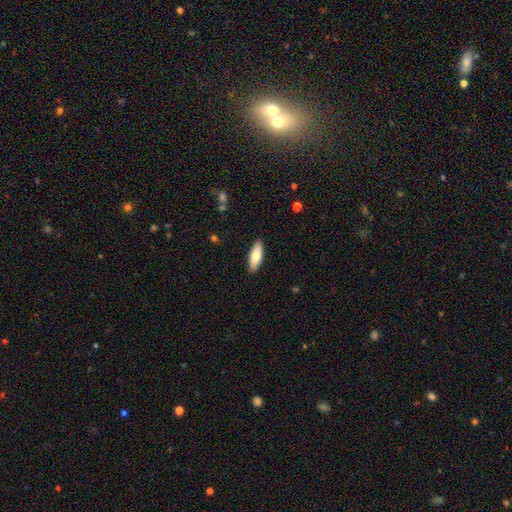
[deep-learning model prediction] This is likely a smooth galaxy (74%). How rounded: likely in between (63%). Merging: clearly none (89%).